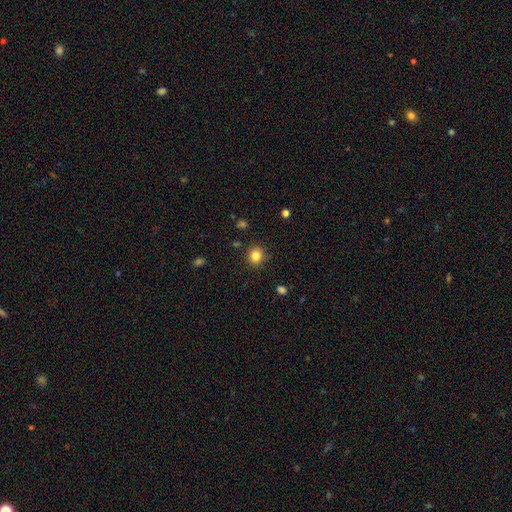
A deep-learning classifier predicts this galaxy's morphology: Smooth or featured?
  - smooth: 83% *
  - star or artifact: 11%
  - featured or disk: 6%
How rounded?
  - round: 82% *
  - in between: 17%
  - cigar-shaped: 1%
Merging?
  - none: 89% *
  - minor disturbance: 7%
  - major disturbance: 2%
  - merger: 2%